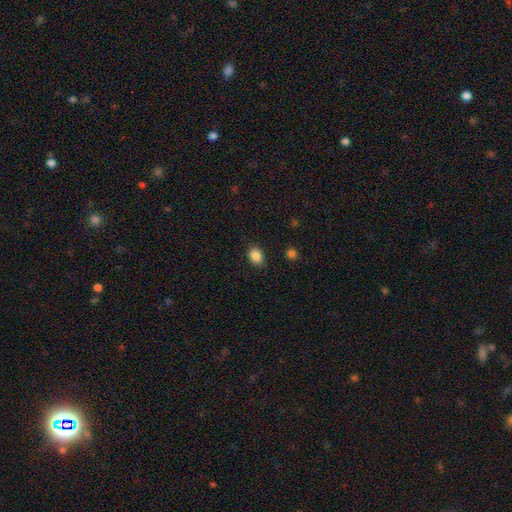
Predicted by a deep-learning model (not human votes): This appears to be a smooth galaxy with no disk features (88%) that is in between round and cigar-shaped (73%). Merging: none (87%).